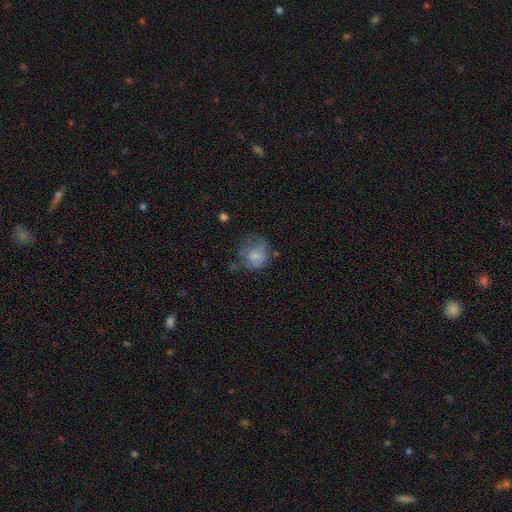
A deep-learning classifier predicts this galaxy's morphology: A smooth galaxy with no disk features (68%) that is round (65%).

Vote fractions:
- Smooth or featured? smooth: 68% / featured or disk: 22% / star or artifact: 11%
- How rounded? round: 65% / in between: 34% / cigar-shaped: 1%
- Merging? none: 41% / minor disturbance: 28% / major disturbance: 28% / merger: 3%